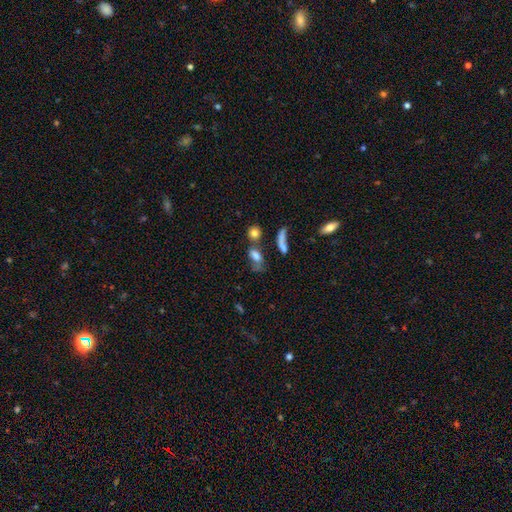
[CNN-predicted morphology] A smooth galaxy with no disk features (68%) that is in between round and cigar-shaped (72%). Merging: none (35%).